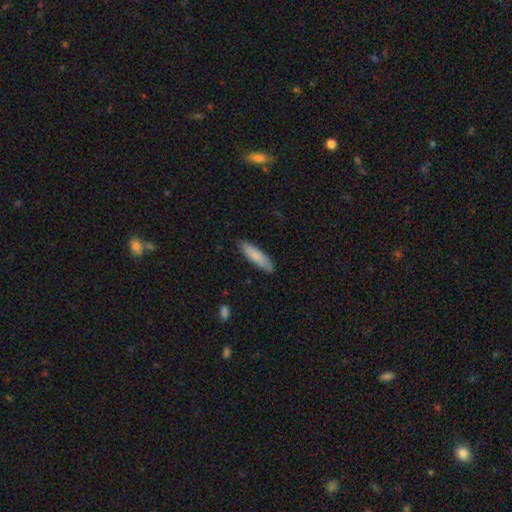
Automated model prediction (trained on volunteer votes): Q: Smooth or featured?
A: smooth (82%); runner-up: featured or disk (13%)
Q: How rounded?
A: cigar-shaped (73%); runner-up: in between (26%)
Q: Merging?
A: none (86%); runner-up: minor disturbance (11%)